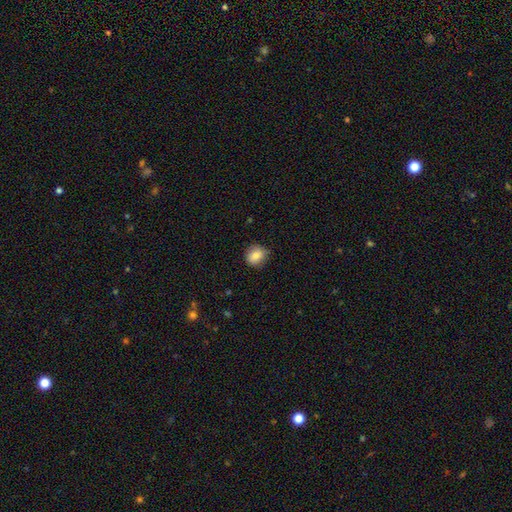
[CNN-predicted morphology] A smooth galaxy with no disk features (83%) that is round (74%). Merging: none (78%).